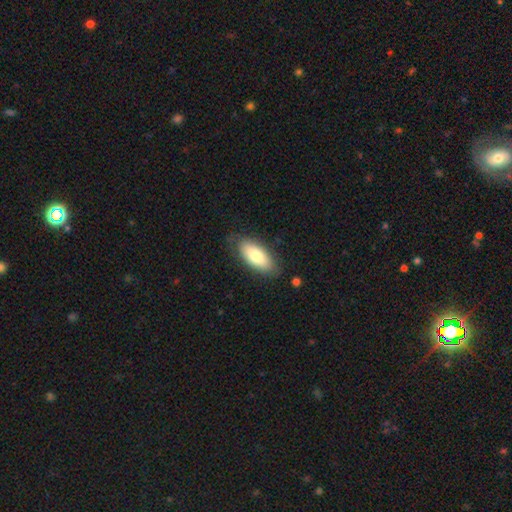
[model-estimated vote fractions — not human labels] This appears to be a smooth galaxy with no disk features (79%) that is in between round and cigar-shaped (86%). Merging: none (81%).